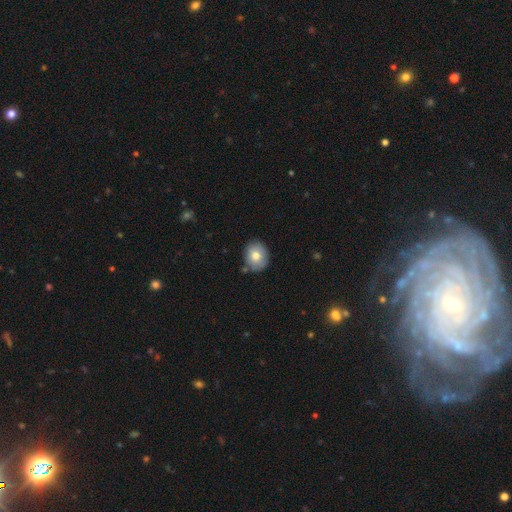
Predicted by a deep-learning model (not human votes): smooth 75%, featured or disk 16%, star or artifact 8%. Down the decision tree: how rounded — round (60%); merging — none (78%).